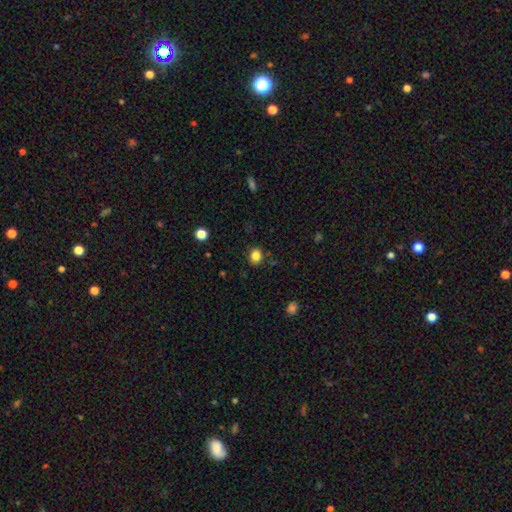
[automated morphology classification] A smooth galaxy with no disk features (85%) that is round (52%).

Vote fractions:
- Smooth or featured? smooth: 85% / star or artifact: 11% / featured or disk: 4%
- How rounded? round: 52% / in between: 48% / cigar-shaped: 1%
- Merging? none: 86% / minor disturbance: 9% / major disturbance: 3% / merger: 2%